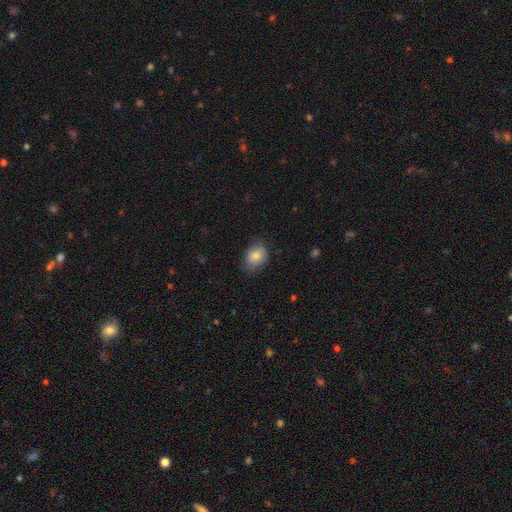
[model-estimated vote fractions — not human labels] Q: Smooth or featured?
A: smooth (80%); runner-up: featured or disk (11%)
Q: How rounded?
A: in between (59%); runner-up: round (40%)
Q: Merging?
A: none (75%); runner-up: minor disturbance (19%)